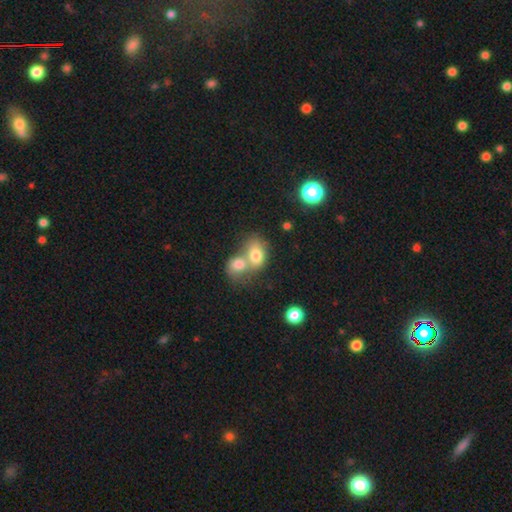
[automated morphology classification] smooth-or-featured: smooth: 75% | featured or disk: 16% | star or artifact: 9%
  how-rounded: in between: 63% | round: 36% | cigar-shaped: 1%
  merging: merger: 71% | none: 18% | minor disturbance: 7% | major disturbance: 4%